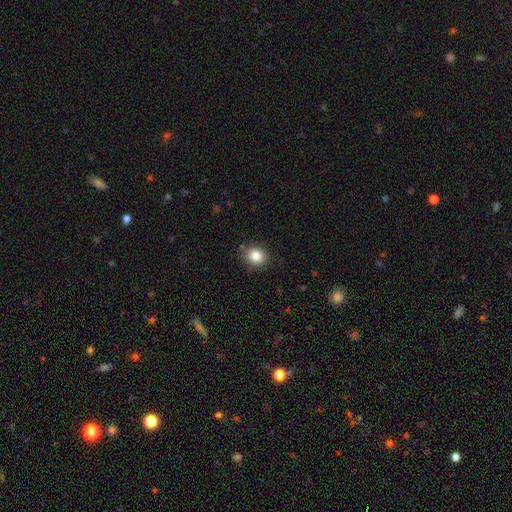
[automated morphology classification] Q: Smooth or featured?
A: smooth (83%); runner-up: star or artifact (10%)
Q: How rounded?
A: round (72%); runner-up: in between (27%)
Q: Merging?
A: none (86%); runner-up: minor disturbance (10%)